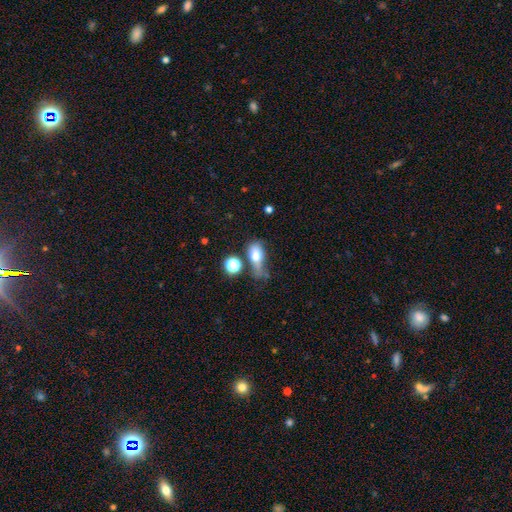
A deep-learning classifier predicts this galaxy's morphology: smooth_or_featured: smooth (p=0.69) [alt: featured or disk p=0.19]
how_rounded: in between (p=0.74) [alt: round p=0.17]
merging: major disturbance (p=0.28) [tied with: none p=0.28]